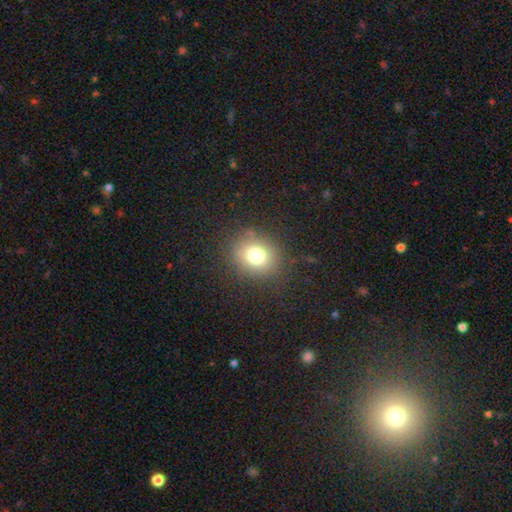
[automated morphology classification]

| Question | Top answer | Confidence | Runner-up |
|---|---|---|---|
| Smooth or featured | smooth | 74% | star or artifact (15%) |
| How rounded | round | 71% | in between (28%) |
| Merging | none | 84% | minor disturbance (10%) |